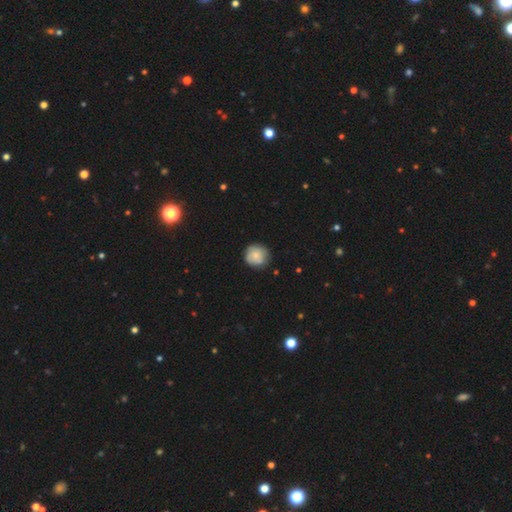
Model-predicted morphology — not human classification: This is likely a smooth galaxy (72%). How rounded: clearly round (91%). Merging: likely none (79%).